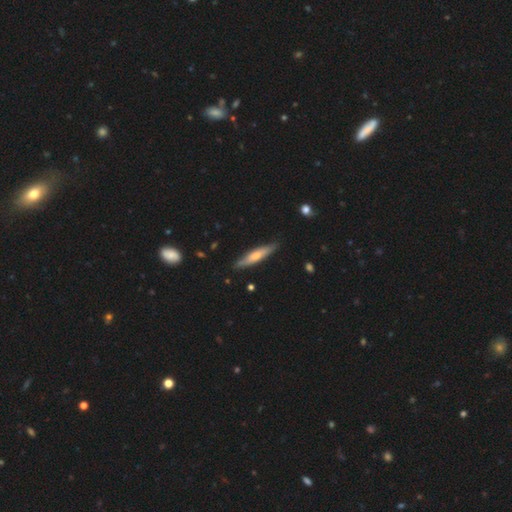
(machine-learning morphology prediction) Smooth or featured: smooth — 53% (featured or disk — 42%)
How rounded: cigar-shaped — 86% (in between — 13%)
Merging: none — 86% (minor disturbance — 11%)